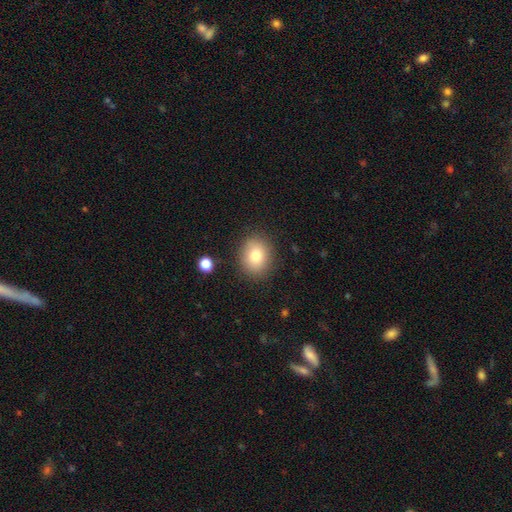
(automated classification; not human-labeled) Q: Smooth or featured?
A: smooth (81%); runner-up: featured or disk (10%)
Q: How rounded?
A: round (58%); runner-up: in between (41%)
Q: Merging?
A: none (86%); runner-up: minor disturbance (9%)